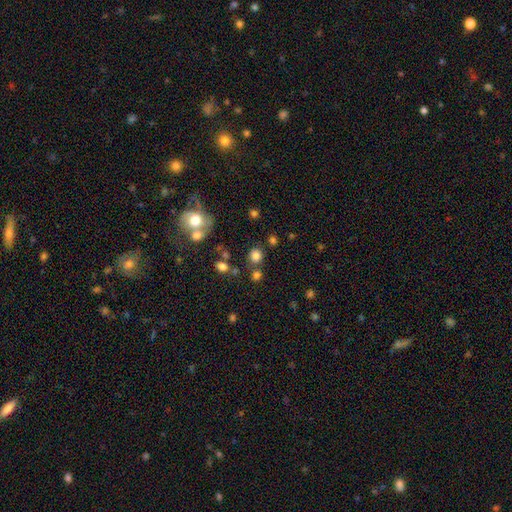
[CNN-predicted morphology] Smooth or featured?
  - smooth: 79% *
  - star or artifact: 15%
  - featured or disk: 6%
How rounded?
  - round: 83% *
  - in between: 17%
  - cigar-shaped: 1%
Merging?
  - none: 74% *
  - merger: 13%
  - minor disturbance: 9%
  - major disturbance: 4%